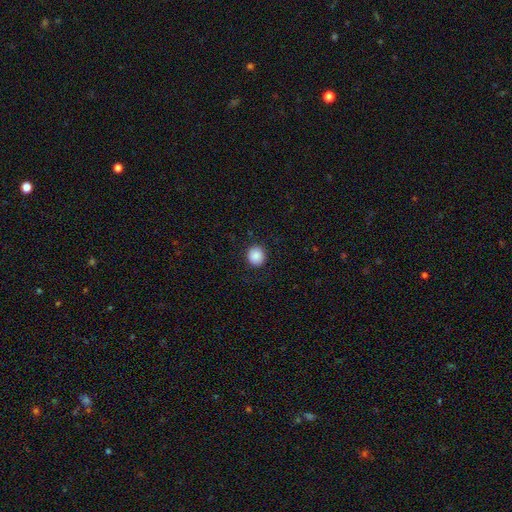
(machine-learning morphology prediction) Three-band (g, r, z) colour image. It shows a smooth galaxy with no disk features (88%) that is round (89%). Merging: none (90%).